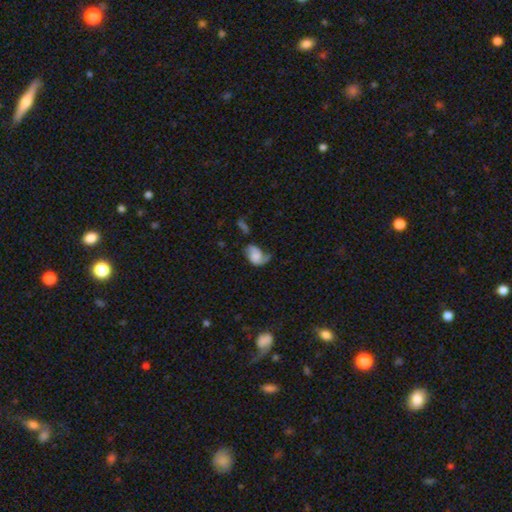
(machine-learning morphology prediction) Smooth or featured?
  - smooth: 46% *
  - featured or disk: 45%
  - star or artifact: 9%
Merging?
  - major disturbance: 35% *
  - none: 30%
  - minor disturbance: 28%
  - merger: 7%